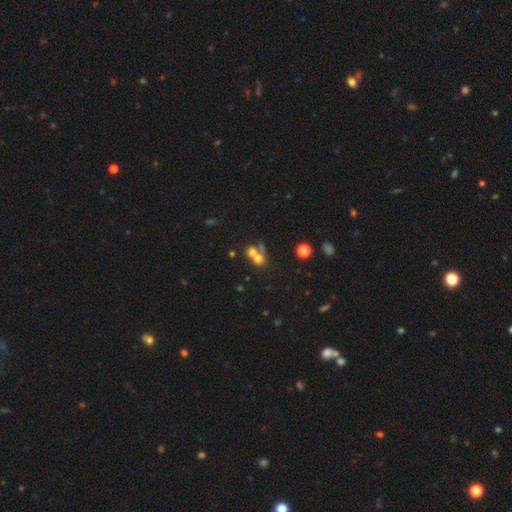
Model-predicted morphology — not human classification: The model was most divided on "merging": merger: 60%, none: 30%, minor disturbance: 6%, major disturbance: 4%. More confident: how rounded — round (74%); smooth or featured — smooth (65%).